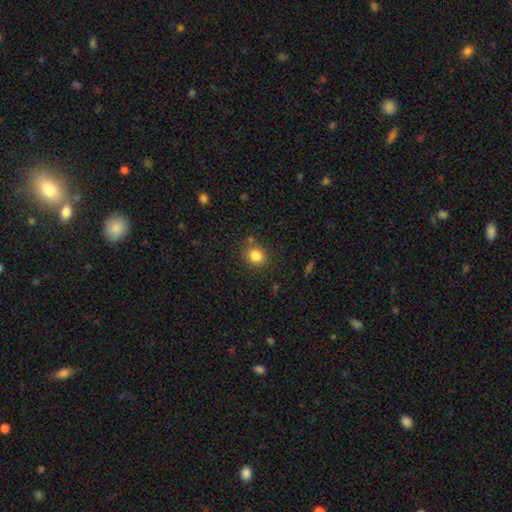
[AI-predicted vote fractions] Overall: smooth (83%). How rounded: round (83%). Merging: none (80%).